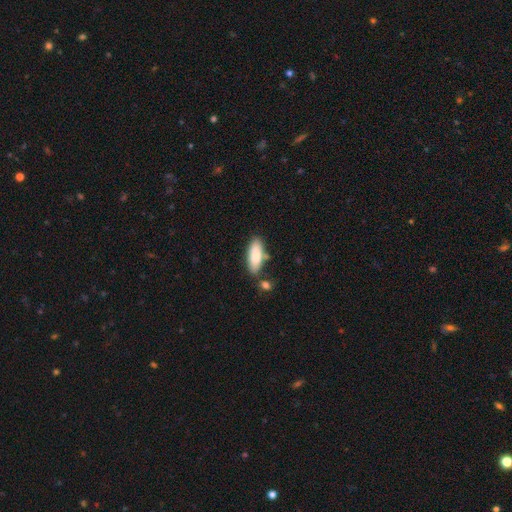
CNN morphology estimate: A smooth galaxy with no disk features (84%) that is in between round and cigar-shaped (71%).

Vote fractions:
- Smooth or featured? smooth: 84% / featured or disk: 11% / star or artifact: 6%
- How rounded? in between: 71% / cigar-shaped: 27% / round: 2%
- Merging? none: 72% / minor disturbance: 15% / merger: 10% / major disturbance: 3%